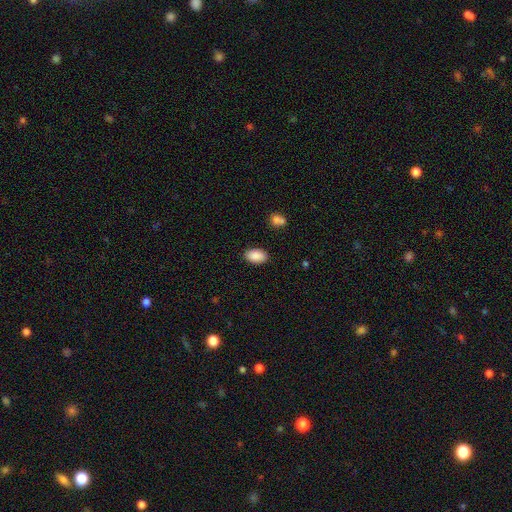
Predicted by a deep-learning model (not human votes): A smooth galaxy with no disk features (90%) that is in between round and cigar-shaped (93%).

Vote fractions:
- Smooth or featured? smooth: 90% / star or artifact: 7% / featured or disk: 4%
- How rounded? in between: 93% / round: 6% / cigar-shaped: 1%
- Merging? none: 88% / minor disturbance: 9% / major disturbance: 2% / merger: 1%